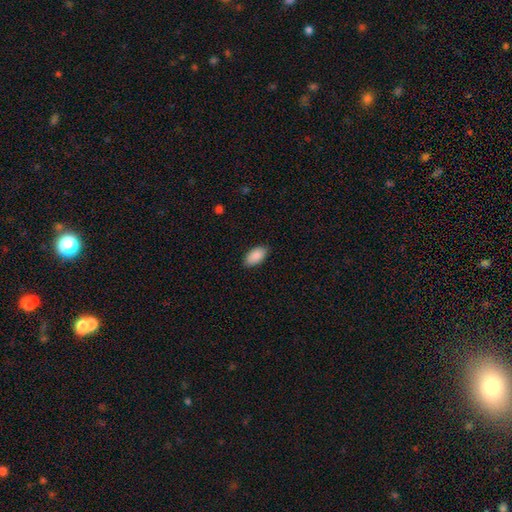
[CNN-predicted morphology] Smooth or featured?
  - smooth: 90% *
  - star or artifact: 6%
  - featured or disk: 4%
How rounded?
  - in between: 95% *
  - cigar-shaped: 3%
  - round: 2%
Merging?
  - none: 87% *
  - minor disturbance: 10%
  - major disturbance: 2%
  - merger: 1%